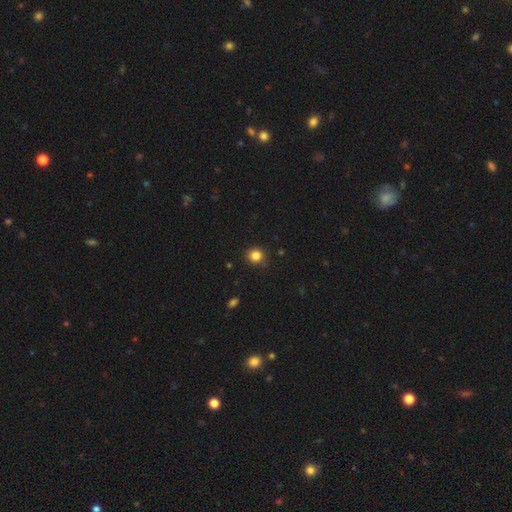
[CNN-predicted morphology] Smooth or featured? smooth (84%)
How rounded? round (90%)
Merging? none (87%)